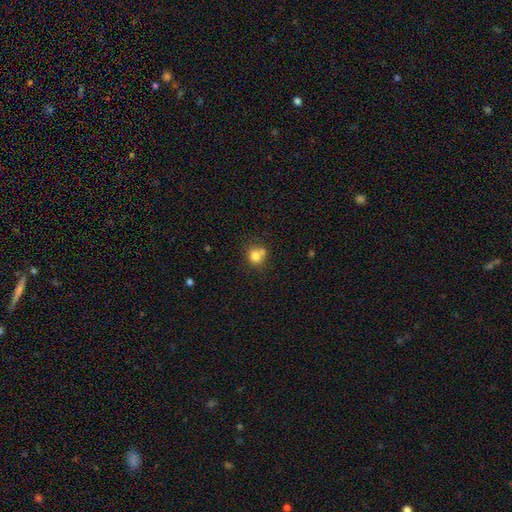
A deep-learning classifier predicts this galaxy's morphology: A smooth galaxy with no disk features (77%) that is round (76%). Merging: none (49%).